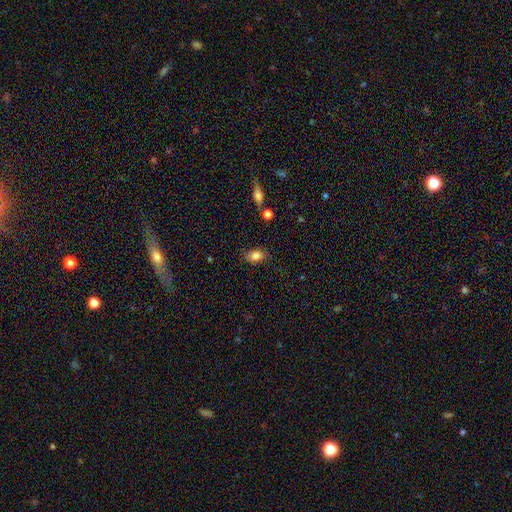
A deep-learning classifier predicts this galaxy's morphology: Smooth or featured: smooth — 84% (star or artifact — 9%)
How rounded: in between — 76% (round — 22%)
Merging: none — 75% (minor disturbance — 17%)